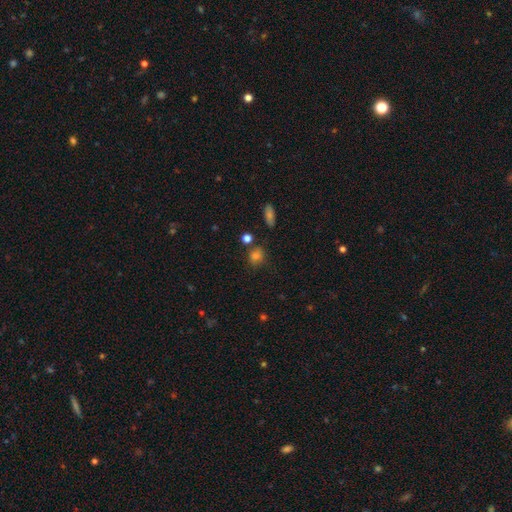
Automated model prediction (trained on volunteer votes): smooth_or_featured: smooth (p=0.77) [alt: star or artifact p=0.16]
how_rounded: round (p=0.67) [alt: in between p=0.31]
merging: none (p=0.73) [alt: minor disturbance p=0.15]